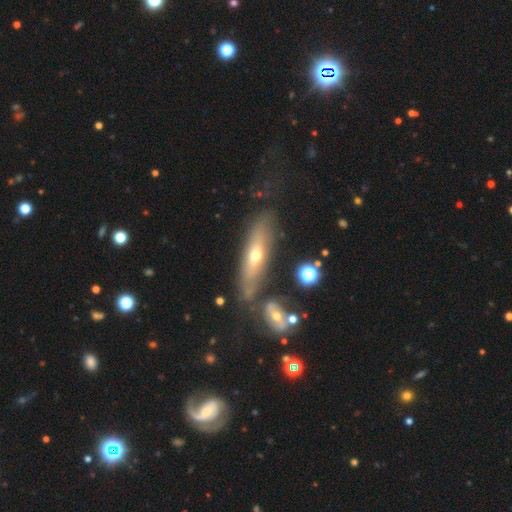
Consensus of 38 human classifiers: A featured or disk galaxy (53%) viewed edge-on (60%) with a rounded central bulge (83%). Merging: none (44%).